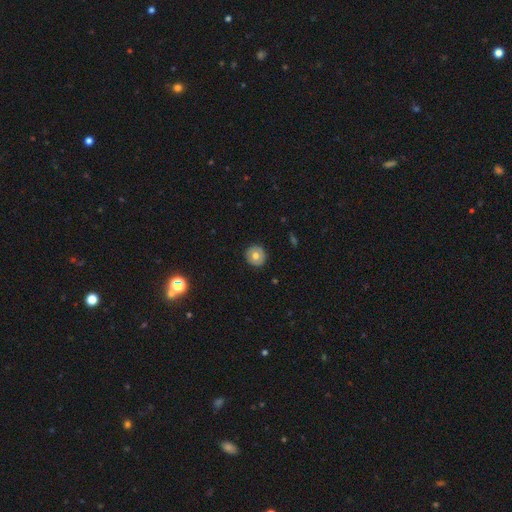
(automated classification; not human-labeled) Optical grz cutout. It shows a smooth galaxy with no disk features (66%) that is round (94%). Merging: none (91%).